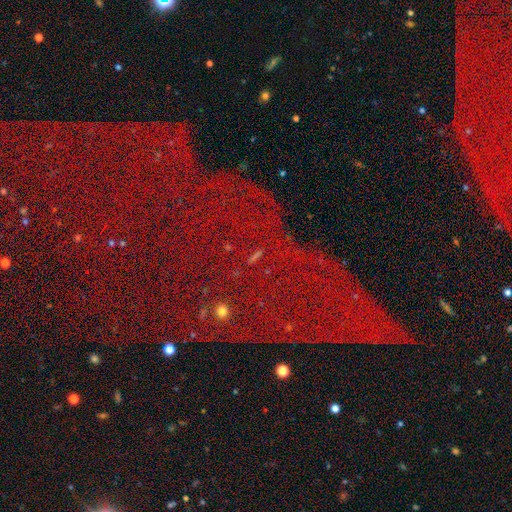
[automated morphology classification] type=star or artifact (84%).